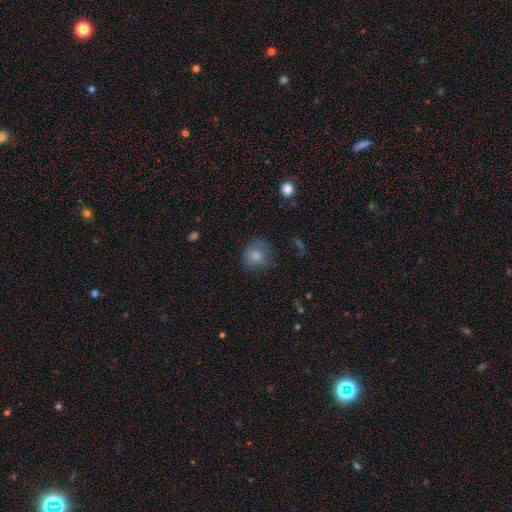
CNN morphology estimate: Smooth or featured?
  - smooth: 77% *
  - featured or disk: 11%
  - star or artifact: 11%
How rounded?
  - round: 71% *
  - in between: 28%
  - cigar-shaped: 1%
Merging?
  - none: 57% *
  - minor disturbance: 25%
  - major disturbance: 16%
  - merger: 2%